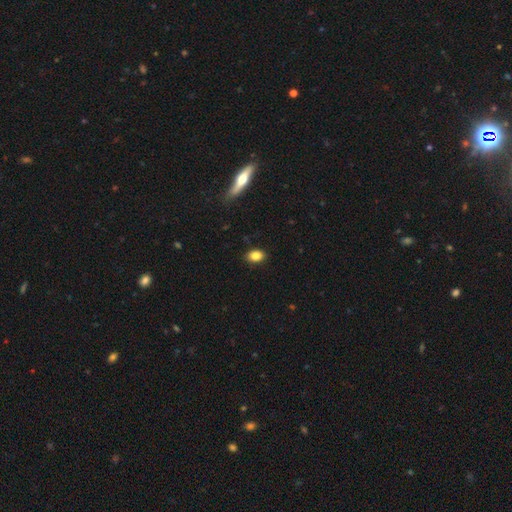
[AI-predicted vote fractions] Smooth or featured?
  - smooth: 86% *
  - star or artifact: 9%
  - featured or disk: 5%
How rounded?
  - in between: 83% *
  - round: 15%
  - cigar-shaped: 2%
Merging?
  - none: 88% *
  - minor disturbance: 9%
  - major disturbance: 2%
  - merger: 1%